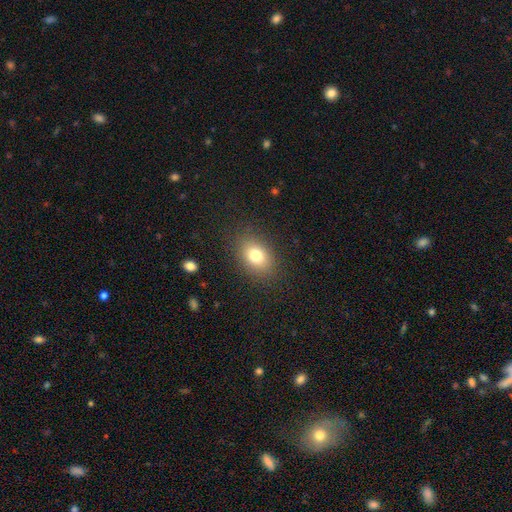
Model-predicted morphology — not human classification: smooth 77%, star or artifact 11%, featured or disk 11%. Down the decision tree: how rounded — in between (73%); merging — none (86%).